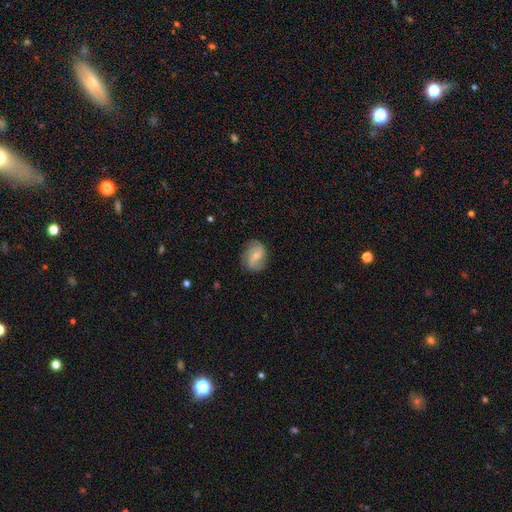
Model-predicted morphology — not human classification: Smooth or featured?
  - featured or disk: 60% *
  - smooth: 33%
  - star or artifact: 8%
Edge-on disk?
  - no: 97% *
  - yes: 3%
Bar?
  - no: 48% *
  - weak: 41%
  - strong: 11%
Spiral arms?
  - yes: 87% *
  - no: 13%
Spiral winding?
  - medium: 43% *
  - loose: 32%
  - tight: 25%
Spiral arm count?
  - 2: 66% *
  - can't tell: 16%
  - 3: 9%
  - 1: 4%
  - 4: 2%
  - more than 4: 2%
Bulge size?
  - small: 50% *
  - moderate: 45%
  - none: 2%
  - large: 2%
  - dominant: 1%
Merging?
  - none: 73% *
  - minor disturbance: 19%
  - major disturbance: 6%
  - merger: 1%